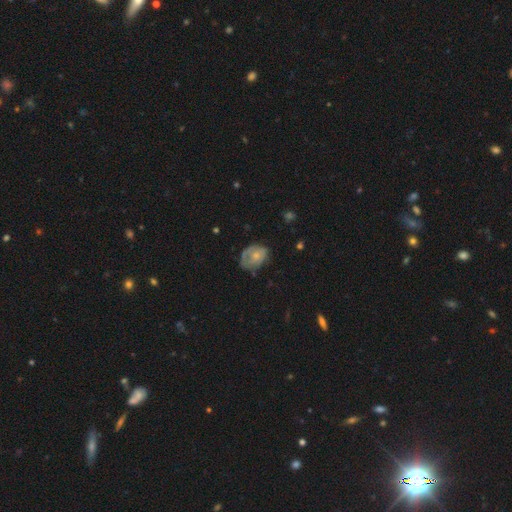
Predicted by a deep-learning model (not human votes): This appears to be a smooth galaxy with no disk features (53%) that is in between round and cigar-shaped (69%). Merging: none (48%).